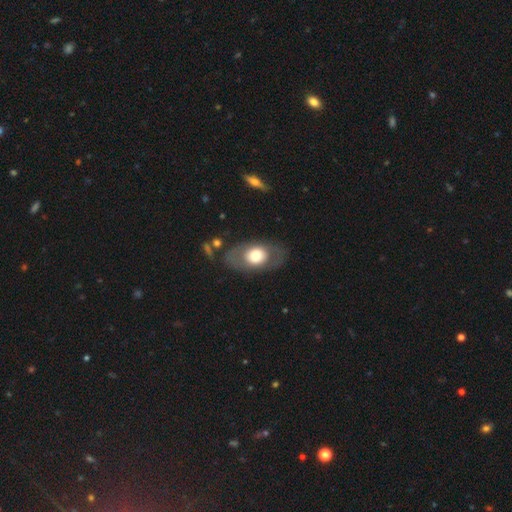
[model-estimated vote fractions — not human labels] A smooth galaxy with no disk features (54%) that is in between round and cigar-shaped (79%).

Vote fractions:
- Smooth or featured? smooth: 54% / featured or disk: 40% / star or artifact: 6%
- How rounded? in between: 79% / round: 19% / cigar-shaped: 2%
- Merging? none: 77% / minor disturbance: 12% / major disturbance: 8% / merger: 3%